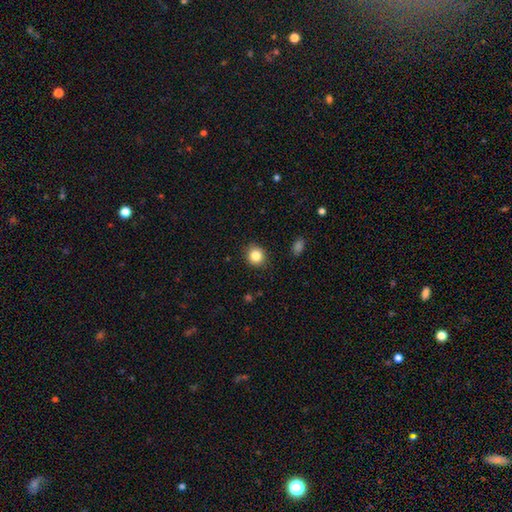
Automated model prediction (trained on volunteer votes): The model was most divided on "how rounded": round: 83%, in between: 16%, cigar-shaped: 1%. More confident: merging — none (90%); smooth or featured — smooth (84%).